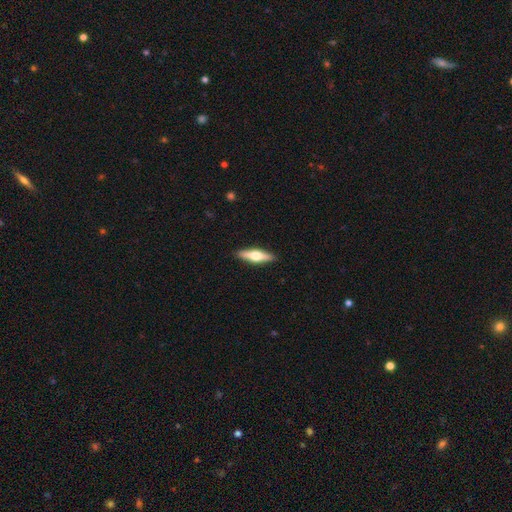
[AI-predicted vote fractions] Morphology: type=featured or disk (56%); edge-on=yes (95%); edge-on bulge=rounded (95%); merging=none (91%).